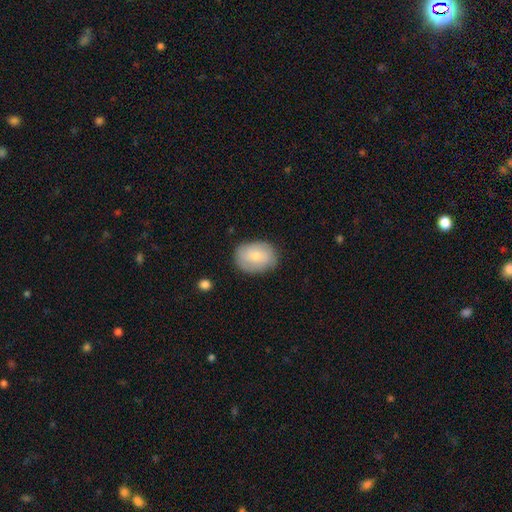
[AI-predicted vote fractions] Smooth or featured? Predicted: smooth (p=0.68). How rounded? Predicted: in between (p=0.68). Merging? Predicted: none (p=0.78).